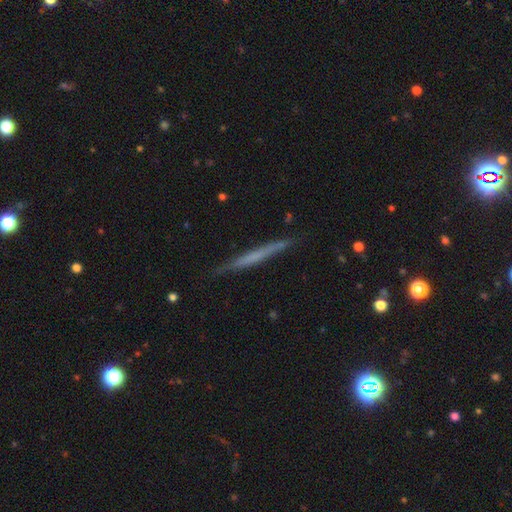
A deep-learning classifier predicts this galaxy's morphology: Overall: featured or disk (49%; smooth 44%). Merging: none (87%).